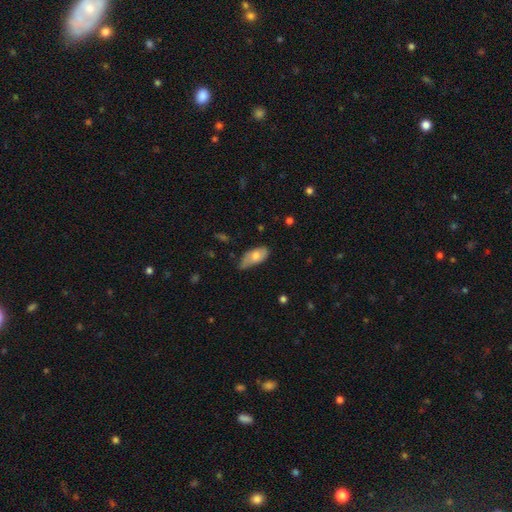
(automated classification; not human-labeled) Q: Smooth or featured?
A: smooth (71%); runner-up: featured or disk (22%)
Q: How rounded?
A: in between (90%); runner-up: cigar-shaped (7%)
Q: Merging?
A: minor disturbance (45%); runner-up: none (41%)